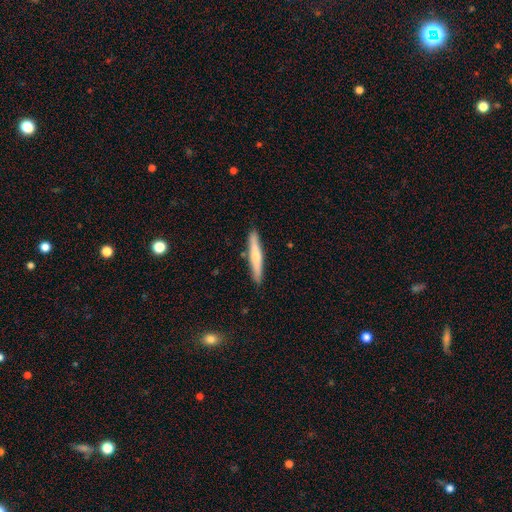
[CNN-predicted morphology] A smooth galaxy with no disk features (51%) that is cigar-shaped (93%).

Vote fractions:
- Smooth or featured? smooth: 51% / featured or disk: 43% / star or artifact: 5%
- How rounded? cigar-shaped: 93% / in between: 5% / round: 1%
- Merging? none: 88% / minor disturbance: 8% / merger: 2% / major disturbance: 2%